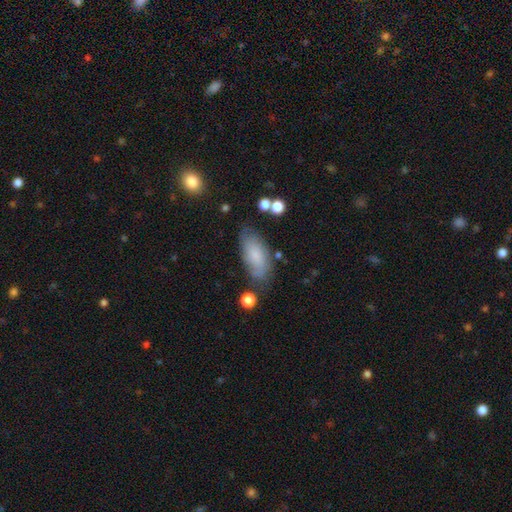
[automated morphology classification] This is likely a smooth galaxy (69%). How rounded: clearly in between (87%). Merging: likely none (69%).